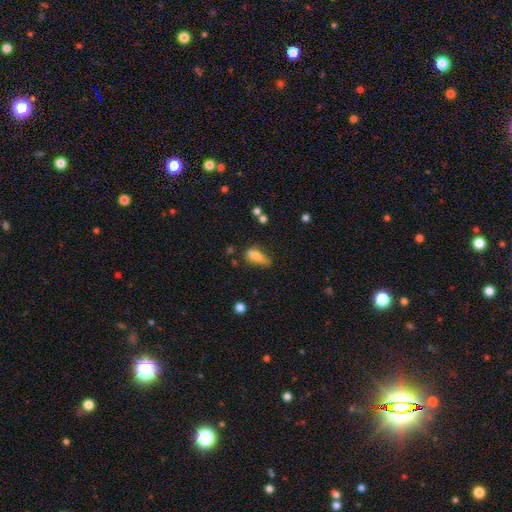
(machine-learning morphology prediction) Smooth or featured? smooth (73%)
How rounded? in between (77%)
Merging? minor disturbance (36%)